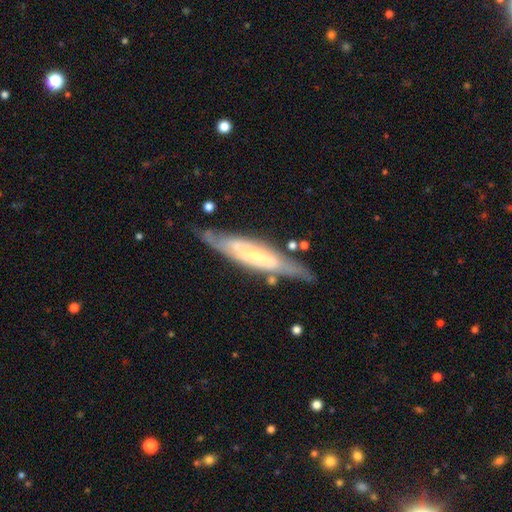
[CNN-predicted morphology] A featured or disk galaxy (70%) viewed edge-on (54%).

Vote fractions:
- Smooth or featured? featured or disk: 70% / smooth: 24% / star or artifact: 6%
- Edge-on disk? yes: 54% / no: 46%
- Merging? none: 70% / minor disturbance: 20% / major disturbance: 6% / merger: 4%